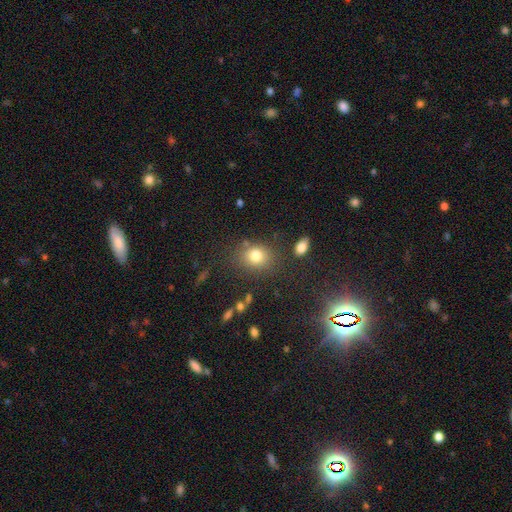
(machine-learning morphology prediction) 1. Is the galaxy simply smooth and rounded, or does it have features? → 79% smooth, 13% star or artifact, 8% featured or disk.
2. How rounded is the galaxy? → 59% round, 40% in between, 1% cigar-shaped.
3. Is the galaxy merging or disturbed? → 77% none, 12% minor disturbance, 5% merger, 5% major disturbance.